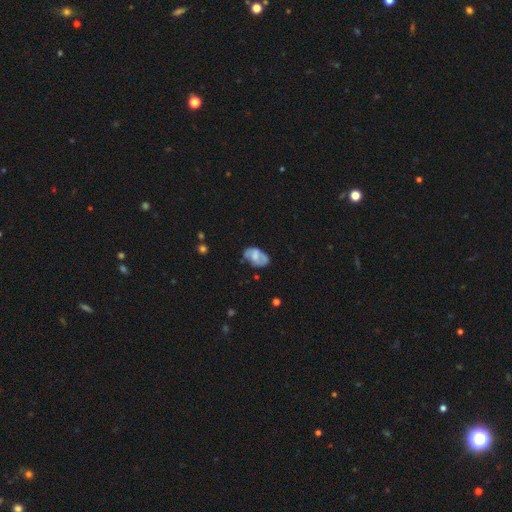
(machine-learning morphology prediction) Smooth or featured: smooth — 53% (featured or disk — 39%)
How rounded: in between — 90% (round — 9%)
Merging: none — 49% (minor disturbance — 32%)